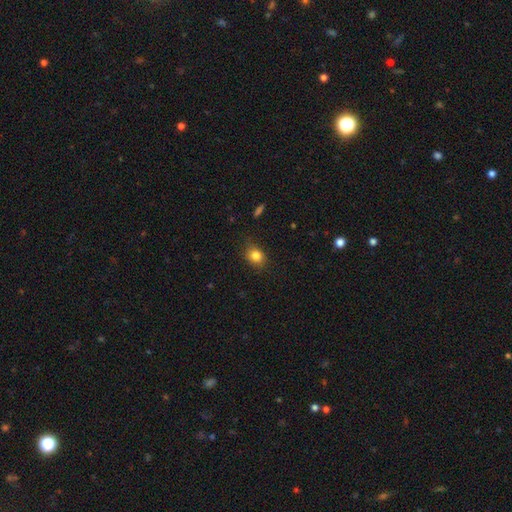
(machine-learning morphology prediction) Smooth or featured? smooth (83%)
How rounded? round (53%)
Merging? none (81%)